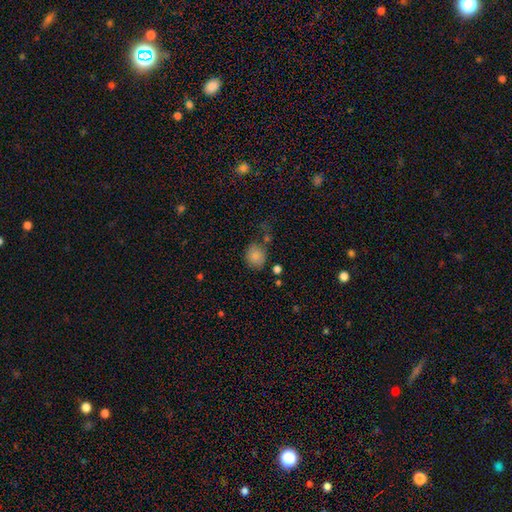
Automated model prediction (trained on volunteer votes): The model was most divided on "how rounded": round: 67%, in between: 32%, cigar-shaped: 1%. More confident: smooth or featured — smooth (84%); merging — none (68%).